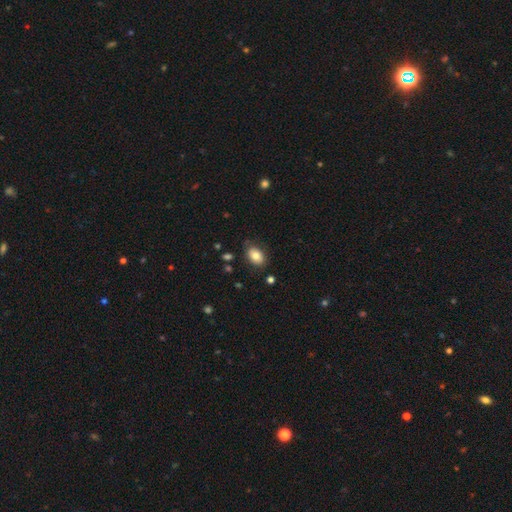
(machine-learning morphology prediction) Q: Smooth or featured?
A: smooth (81%); runner-up: featured or disk (11%)
Q: How rounded?
A: in between (84%); runner-up: round (15%)
Q: Merging?
A: none (78%); runner-up: minor disturbance (16%)